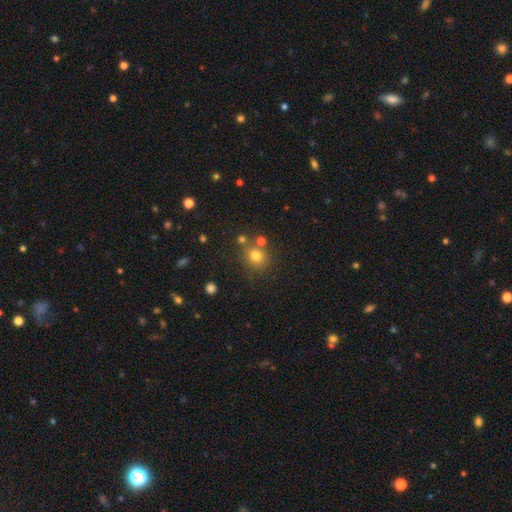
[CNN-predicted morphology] smooth_or_featured: smooth (p=0.77) [alt: star or artifact p=0.15]
how_rounded: round (p=0.78) [alt: in between p=0.21]
merging: none (p=0.68) [alt: merger p=0.16]